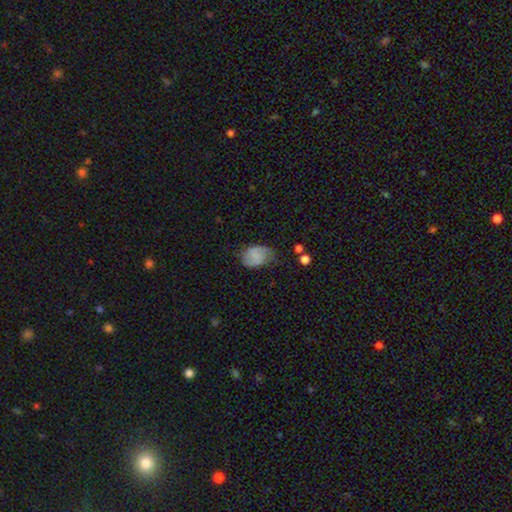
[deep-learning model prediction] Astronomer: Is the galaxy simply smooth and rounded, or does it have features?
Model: smooth — 57% (runner-up: featured or disk, 34%).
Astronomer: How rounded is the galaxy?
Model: in between — 72%.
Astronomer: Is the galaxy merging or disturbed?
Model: none — 54% (runner-up: minor disturbance, 31%).